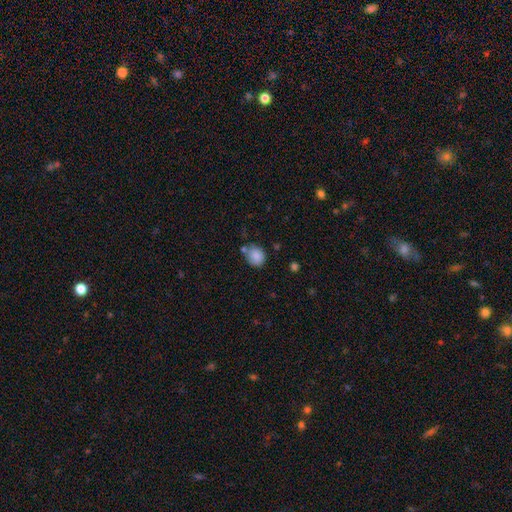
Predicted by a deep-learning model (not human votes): Smooth or featured? smooth (86%)
How rounded? round (67%)
Merging? none (64%)